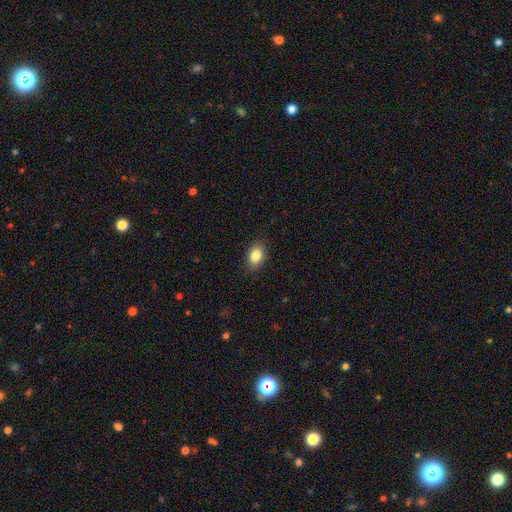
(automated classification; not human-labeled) smooth_or_featured: smooth (p=0.86) [alt: star or artifact p=0.09]
how_rounded: in between (p=0.78) [alt: round p=0.20]
merging: none (p=0.88) [alt: minor disturbance p=0.09]